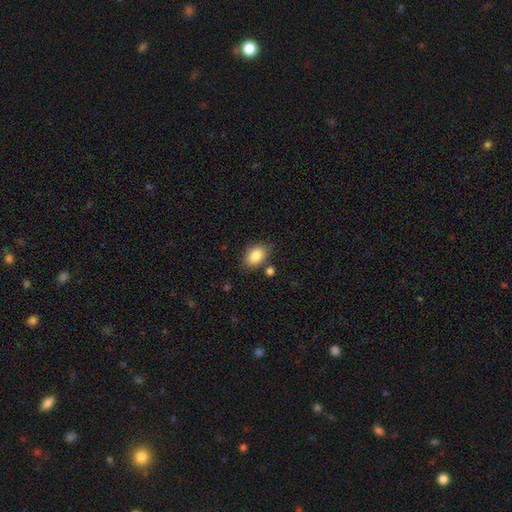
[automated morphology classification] Smooth or featured? Predicted: smooth (p=0.86). How rounded? Predicted: in between (p=0.86). Merging? Predicted: none (p=0.75).